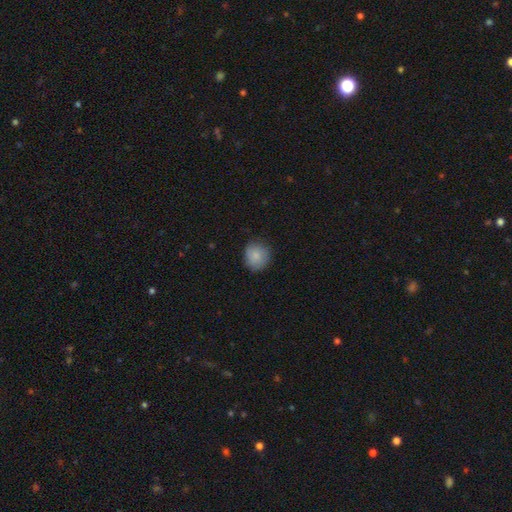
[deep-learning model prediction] Q: Smooth or featured?
A: smooth (85%); runner-up: featured or disk (8%)
Q: How rounded?
A: round (82%); runner-up: in between (17%)
Q: Merging?
A: none (79%); runner-up: minor disturbance (17%)